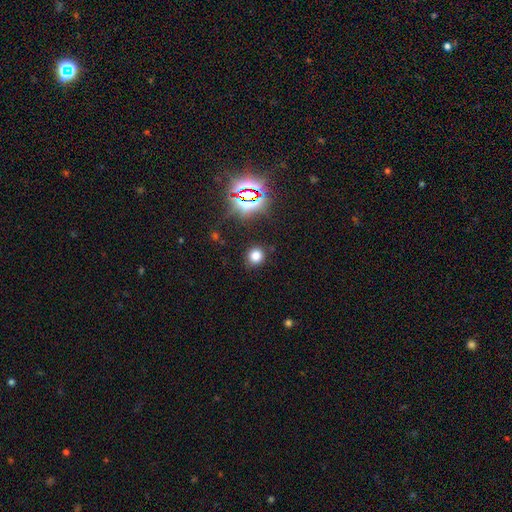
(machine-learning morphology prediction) smooth 73%, star or artifact 21%, featured or disk 6%. Down the decision tree: how rounded — round (81%); merging — none (86%).